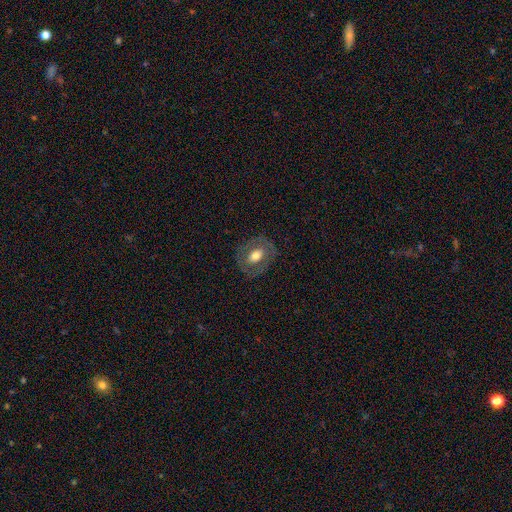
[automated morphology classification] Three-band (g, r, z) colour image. It shows a smooth galaxy with no disk features (49%). Merging: none (79%).